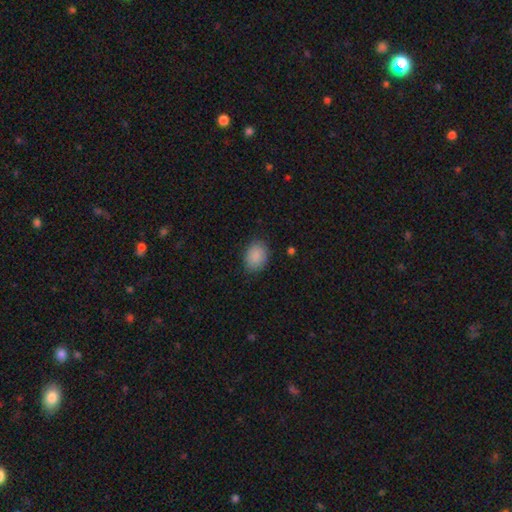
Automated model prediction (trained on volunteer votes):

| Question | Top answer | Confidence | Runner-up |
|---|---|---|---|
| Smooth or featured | smooth | 89% | star or artifact (7%) |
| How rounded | in between | 70% | round (29%) |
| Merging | none | 82% | minor disturbance (14%) |